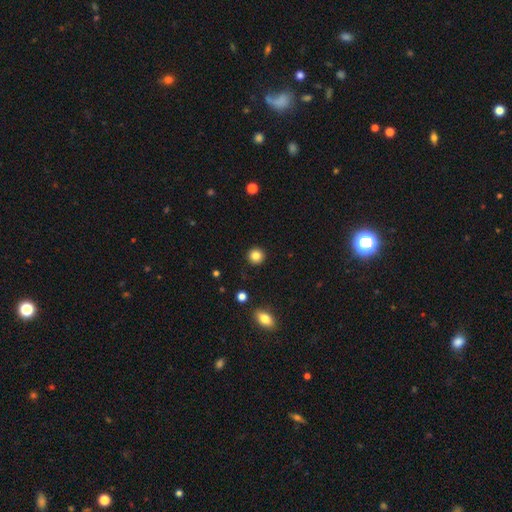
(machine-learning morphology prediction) Smooth or featured? Predicted: smooth (p=0.84). How rounded? Predicted: round (p=0.94). Merging? Predicted: none (p=0.92).